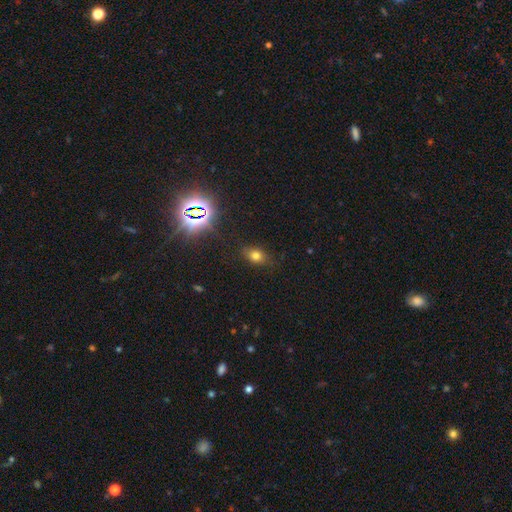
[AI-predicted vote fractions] Smooth or featured? Predicted: smooth (p=0.67). How rounded? Predicted: in between (p=0.68). Merging? Predicted: none (p=0.78).